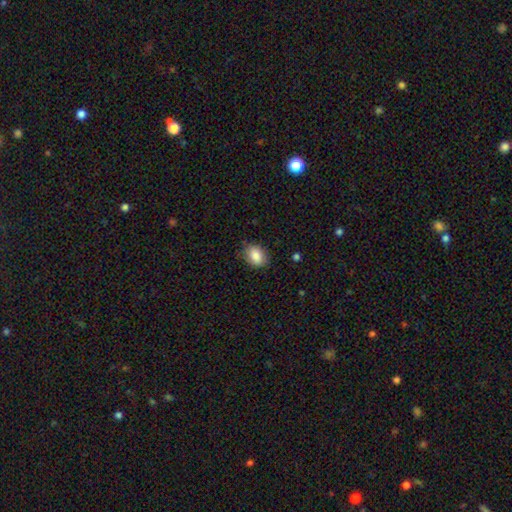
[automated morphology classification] Smooth or featured?
  - smooth: 85% *
  - star or artifact: 8%
  - featured or disk: 7%
How rounded?
  - in between: 73% *
  - round: 26%
  - cigar-shaped: 1%
Merging?
  - none: 81% *
  - minor disturbance: 15%
  - major disturbance: 3%
  - merger: 1%